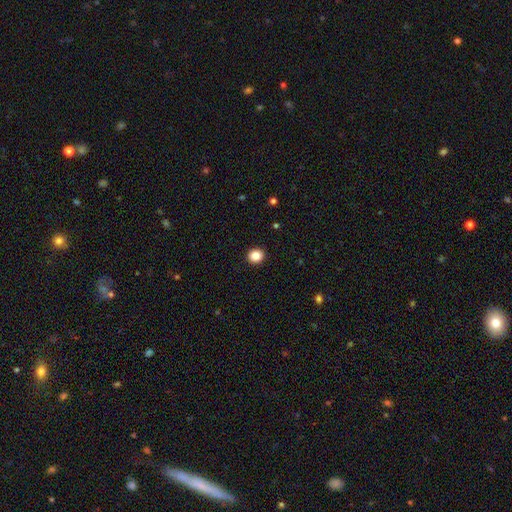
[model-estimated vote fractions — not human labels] Q: Smooth or featured?
A: smooth (87%); runner-up: star or artifact (10%)
Q: How rounded?
A: round (83%); runner-up: in between (16%)
Q: Merging?
A: none (93%); runner-up: minor disturbance (5%)